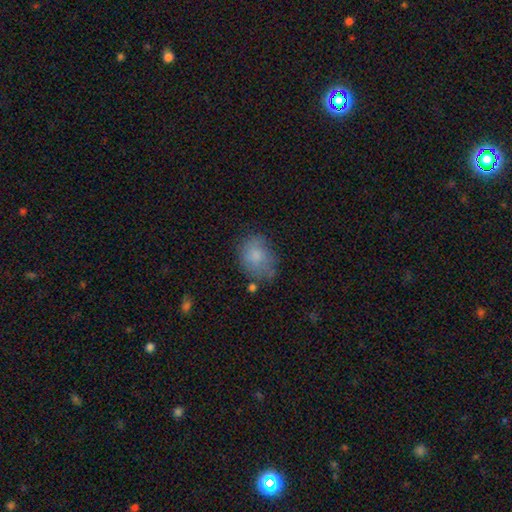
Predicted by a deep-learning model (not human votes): This appears to be a smooth galaxy with no disk features (78%) that is in between round and cigar-shaped (58%). Merging: none (60%).